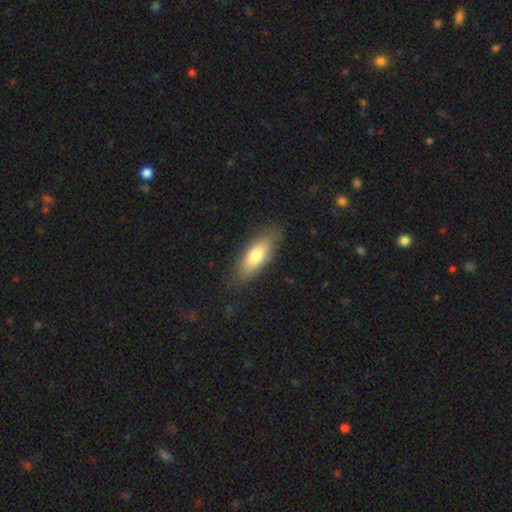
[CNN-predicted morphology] Smooth or featured? smooth (75%)
How rounded? in between (69%)
Merging? none (82%)